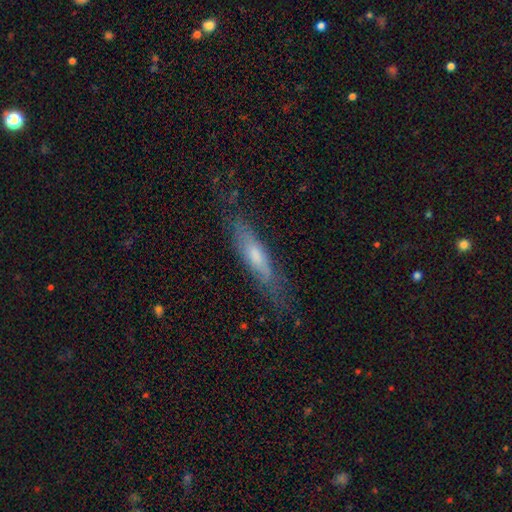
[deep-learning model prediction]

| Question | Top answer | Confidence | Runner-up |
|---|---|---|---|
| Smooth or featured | smooth | 51% | featured or disk (42%) |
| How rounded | cigar-shaped | 72% | in between (27%) |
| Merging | none | 67% | minor disturbance (22%) |